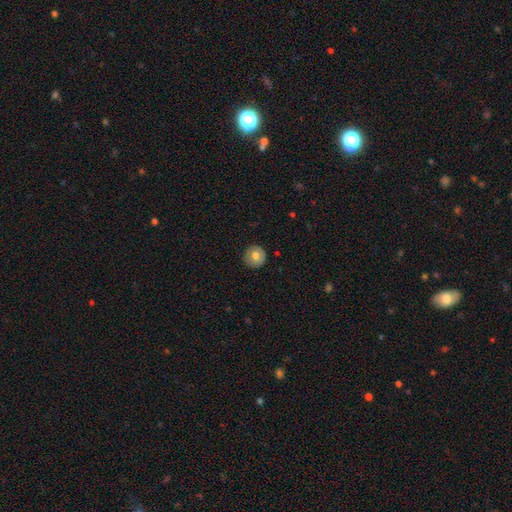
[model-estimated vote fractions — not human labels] Morphology: type=smooth (67%); roundness=round (95%); merging=none (89%).